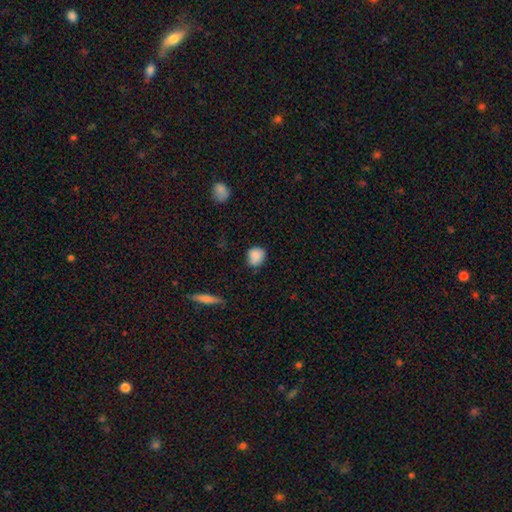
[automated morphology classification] Smooth or featured? smooth (85%)
How rounded? round (69%)
Merging? none (75%)